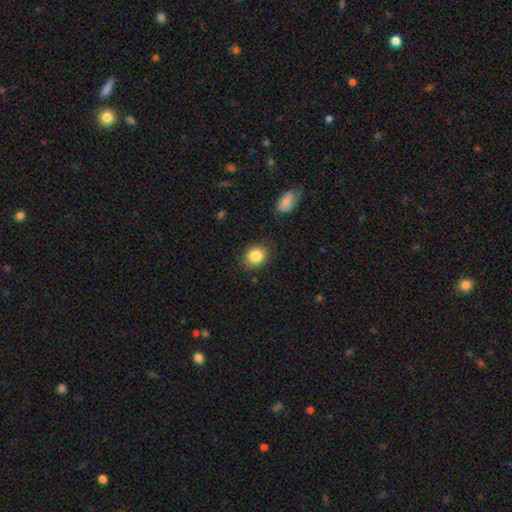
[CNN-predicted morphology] This appears to be a smooth galaxy with no disk features (85%) that is round (54%). Merging: none (85%).